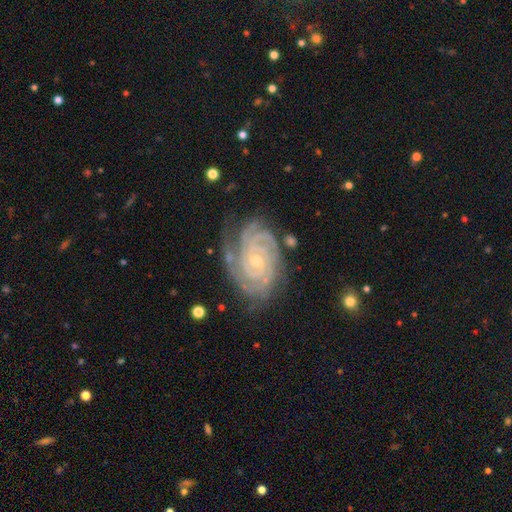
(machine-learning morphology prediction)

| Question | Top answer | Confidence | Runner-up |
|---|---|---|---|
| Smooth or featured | featured or disk | 87% | star or artifact (8%) |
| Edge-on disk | no | 97% | yes (3%) |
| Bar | no | 72% | weak (20%) |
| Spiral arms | yes | 98% | no (2%) |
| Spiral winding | tight | 82% | medium (15%) |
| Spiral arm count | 4 | 24% | tied: 3 (24%) |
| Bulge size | small | 74% | moderate (22%) |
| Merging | none | 76% | minor disturbance (17%) |